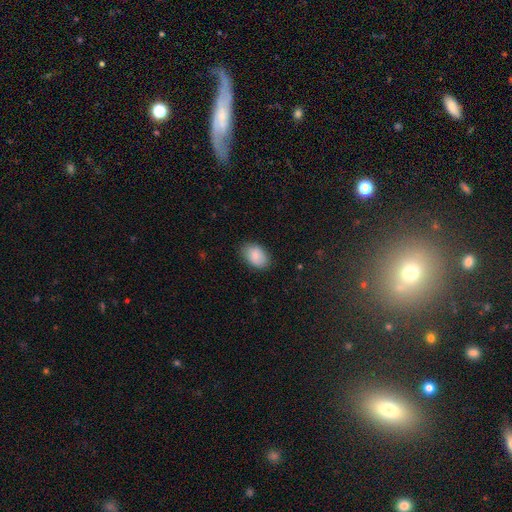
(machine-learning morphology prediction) Overall: smooth (85%). How rounded: in between (88%). Merging: none (83%).